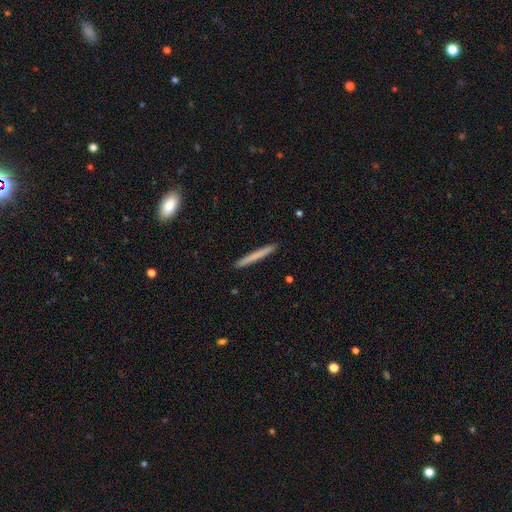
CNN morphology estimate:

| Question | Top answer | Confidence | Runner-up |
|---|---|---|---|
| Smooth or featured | smooth | 68% | featured or disk (27%) |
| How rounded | cigar-shaped | 97% | in between (2%) |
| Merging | none | 93% | minor disturbance (5%) |